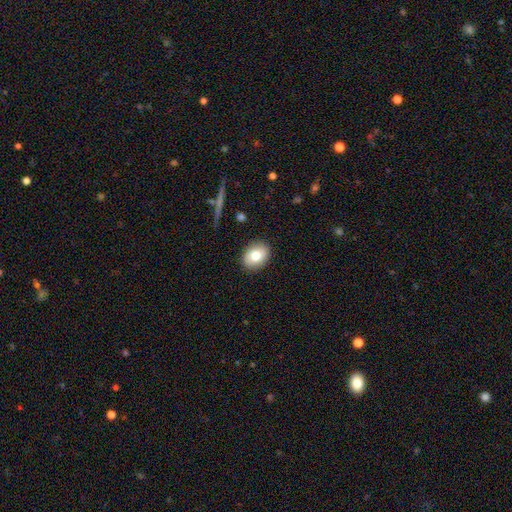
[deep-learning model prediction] Smooth or featured?
  - smooth: 76% *
  - featured or disk: 15%
  - star or artifact: 9%
How rounded?
  - in between: 60% *
  - round: 39%
  - cigar-shaped: 1%
Merging?
  - none: 88% *
  - minor disturbance: 8%
  - major disturbance: 2%
  - merger: 1%